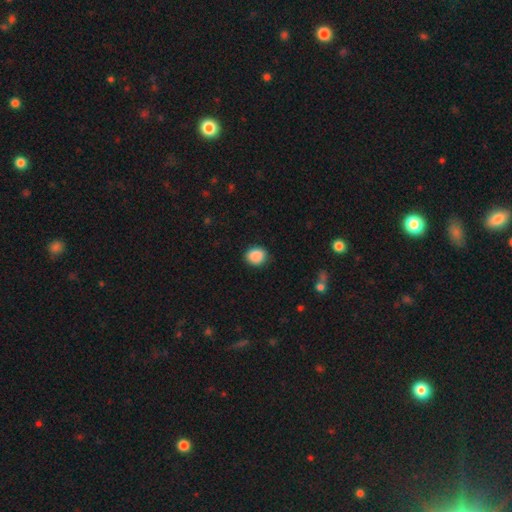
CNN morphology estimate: Q: Smooth or featured?
A: smooth (89%); runner-up: star or artifact (8%)
Q: How rounded?
A: round (68%); runner-up: in between (31%)
Q: Merging?
A: none (87%); runner-up: minor disturbance (9%)